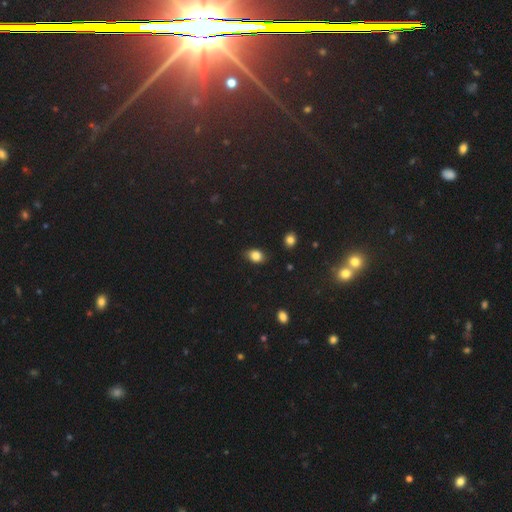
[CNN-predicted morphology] Smooth or featured: smooth — 84% (star or artifact — 10%)
How rounded: in between — 71% (round — 28%)
Merging: none — 80% (minor disturbance — 15%)